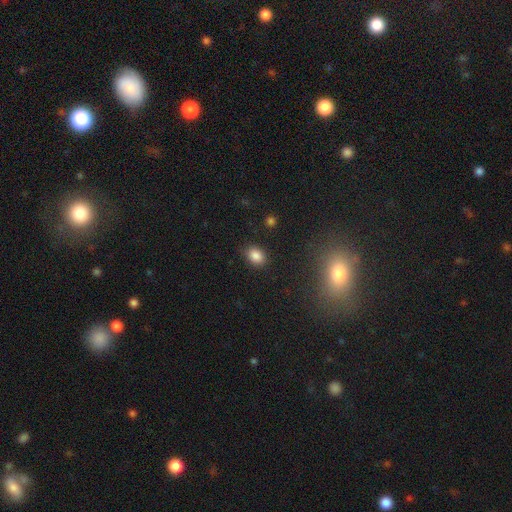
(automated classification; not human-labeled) Q: Smooth or featured?
A: smooth (85%); runner-up: star or artifact (10%)
Q: How rounded?
A: in between (69%); runner-up: round (30%)
Q: Merging?
A: none (83%); runner-up: minor disturbance (13%)